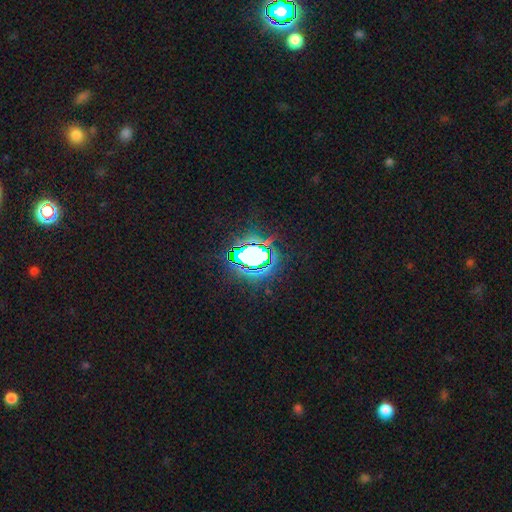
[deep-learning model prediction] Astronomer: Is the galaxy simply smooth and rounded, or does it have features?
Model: star or artifact — 73%.